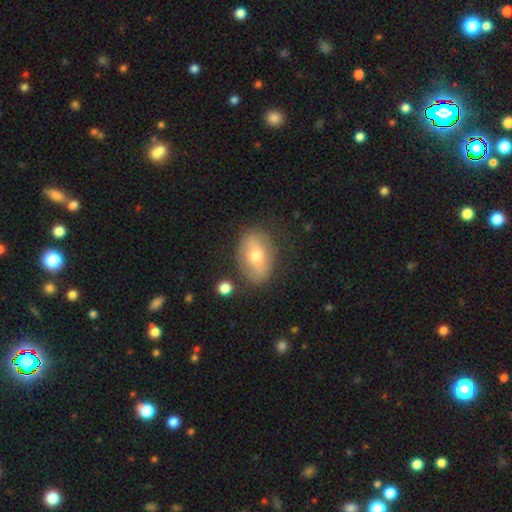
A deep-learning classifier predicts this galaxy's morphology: Smooth or featured: smooth — 48% (featured or disk — 44%)
Merging: none — 71% (minor disturbance — 18%)